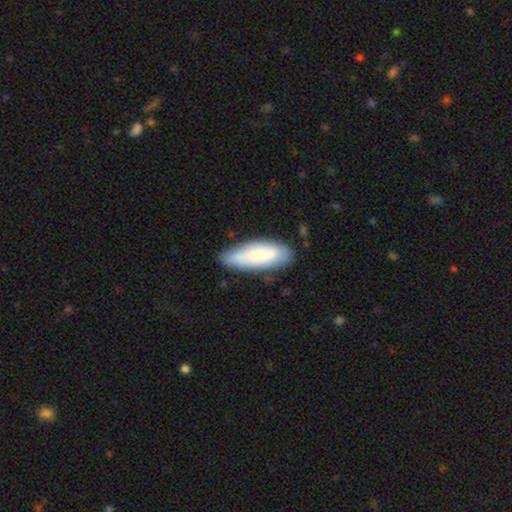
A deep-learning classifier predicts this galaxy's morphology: Smooth or featured?
  - smooth: 68% *
  - featured or disk: 26%
  - star or artifact: 6%
How rounded?
  - in between: 67% *
  - cigar-shaped: 31%
  - round: 2%
Merging?
  - none: 74% *
  - minor disturbance: 20%
  - major disturbance: 4%
  - merger: 2%